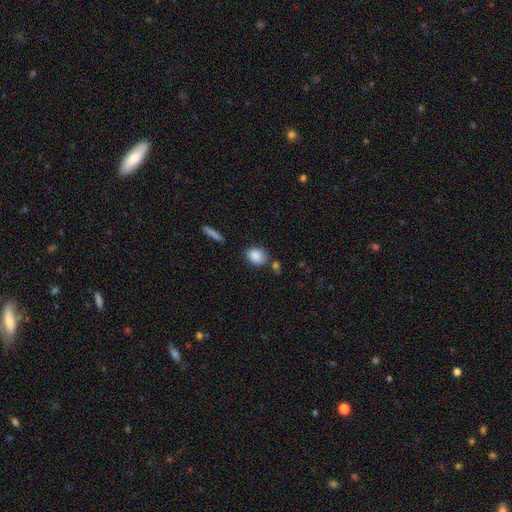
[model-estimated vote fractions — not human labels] smooth 86%, star or artifact 8%, featured or disk 7%. Down the decision tree: how rounded — in between (52%); merging — none (66%).